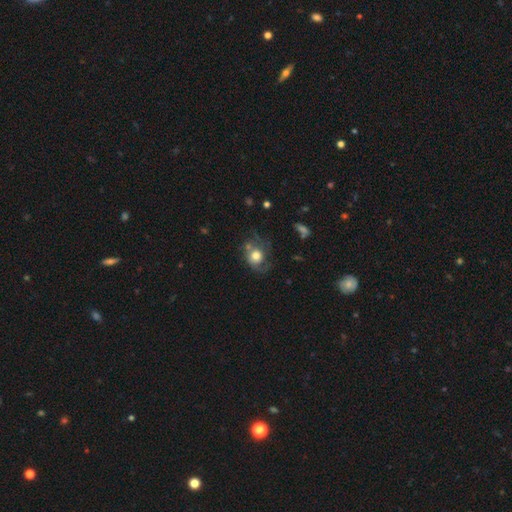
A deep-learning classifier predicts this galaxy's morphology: Q: Smooth or featured?
A: smooth (57%); runner-up: featured or disk (34%)
Q: How rounded?
A: round (69%); runner-up: in between (30%)
Q: Merging?
A: none (46%); runner-up: minor disturbance (25%)